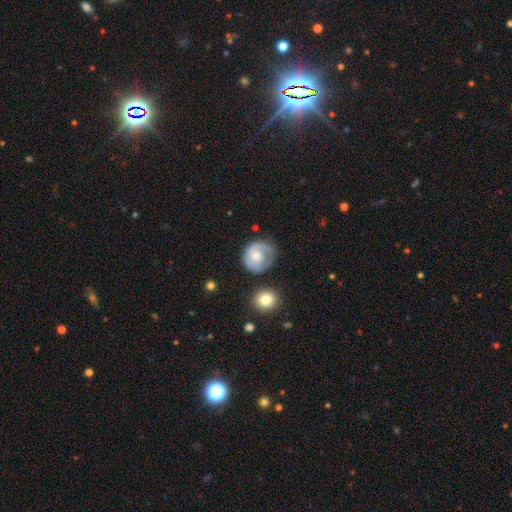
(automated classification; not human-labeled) This appears to be a featured or disk galaxy (56%) with no bar (71%), spiral arms (79%) and a moderate central bulge (54%). Merging: none (59%).